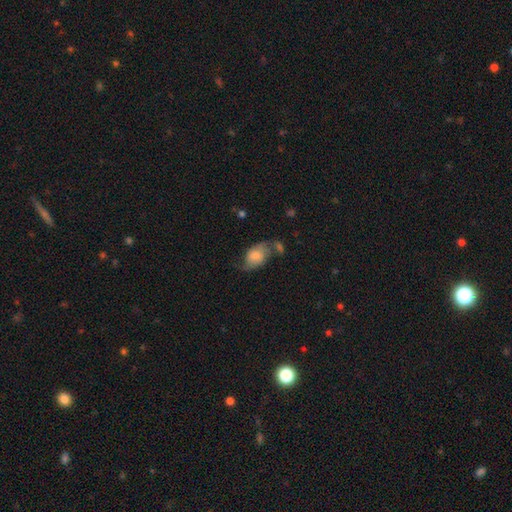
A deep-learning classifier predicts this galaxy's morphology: This is possibly a smooth galaxy (49%). Merging: marginally none (40%).